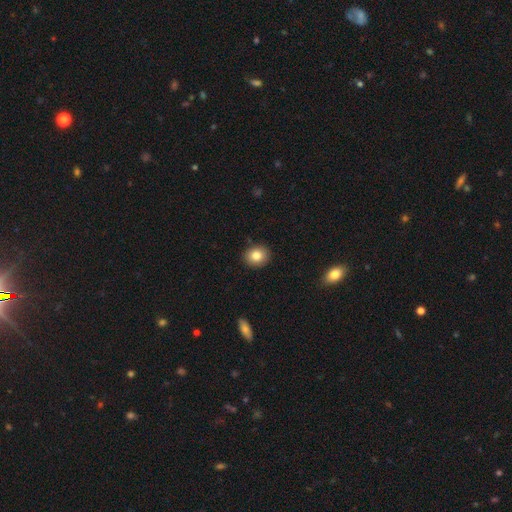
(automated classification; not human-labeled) This appears to be a smooth galaxy with no disk features (82%) that is round (69%). Merging: none (90%).